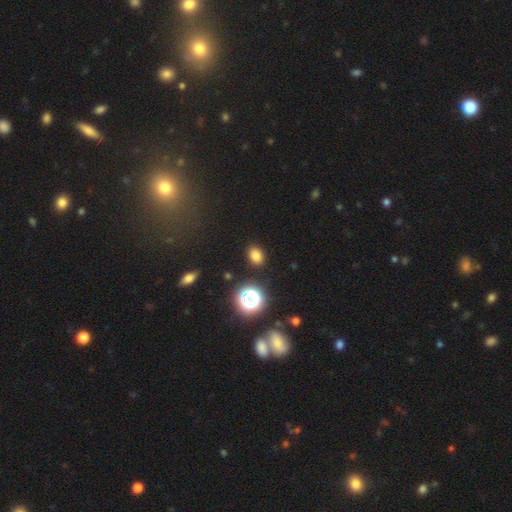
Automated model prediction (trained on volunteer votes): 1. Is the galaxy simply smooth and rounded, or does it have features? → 76% smooth, 18% star or artifact, 6% featured or disk.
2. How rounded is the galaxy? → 65% in between, 33% round, 1% cigar-shaped.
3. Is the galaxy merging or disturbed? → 88% none, 8% minor disturbance, 3% major disturbance, 2% merger.